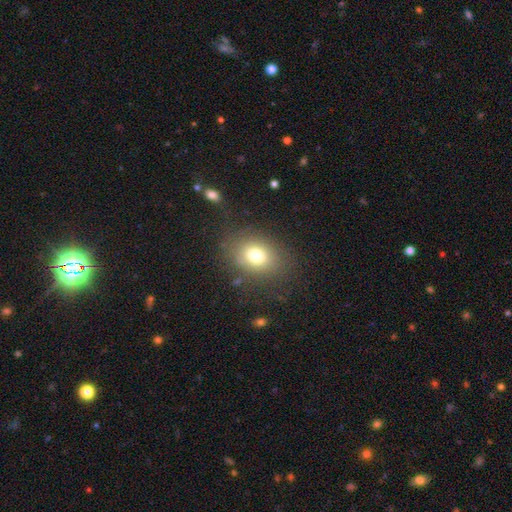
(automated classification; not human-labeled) smooth 76%, star or artifact 12%, featured or disk 12%. Down the decision tree: how rounded — in between (56%); merging — none (77%).